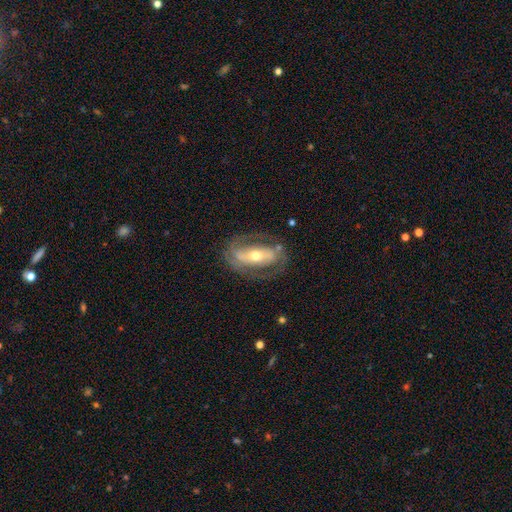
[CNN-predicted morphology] smooth-or-featured: featured or disk: 79% | smooth: 16% | star or artifact: 6%
  disk-edge-on: no: 91% | yes: 9%
    bar: strong: 48% | no: 28% | weak: 24%
    has-spiral-arms: yes: 76% | no: 24%
      spiral-winding: tight: 41% (tied) | medium: 41% (tied) | loose: 18%
      spiral-arm-count: 2: 77% | can't tell: 13% | 1: 5% | 3: 2% | 4: 1% | more than 4: 1%
    bulge-size: moderate: 57% | small: 36% | large: 5% | dominant: 1% | none: 1%
  merging: none: 73% | minor disturbance: 15% | major disturbance: 10% | merger: 2%